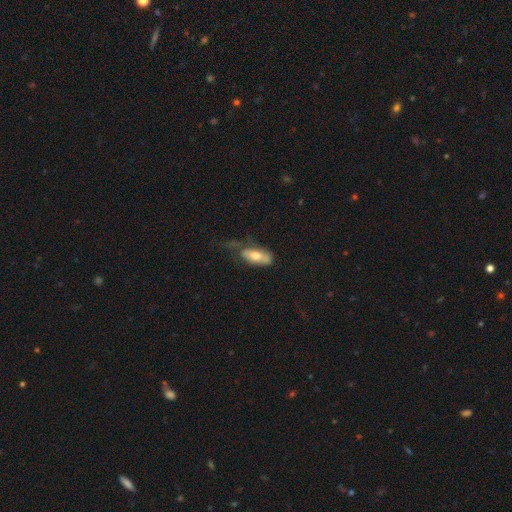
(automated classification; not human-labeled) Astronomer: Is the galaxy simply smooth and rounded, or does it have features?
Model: smooth — 61%.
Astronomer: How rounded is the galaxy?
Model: in between — 81%.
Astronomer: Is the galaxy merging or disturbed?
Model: none — 34% (runner-up: major disturbance, 31%).